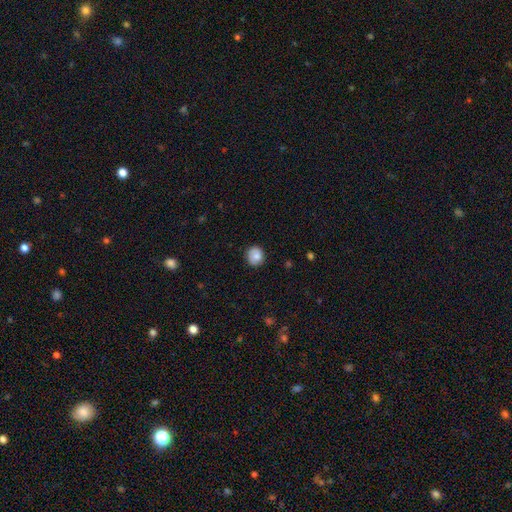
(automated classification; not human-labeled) A smooth galaxy with no disk features (80%) that is round (84%). Merging: none (83%).